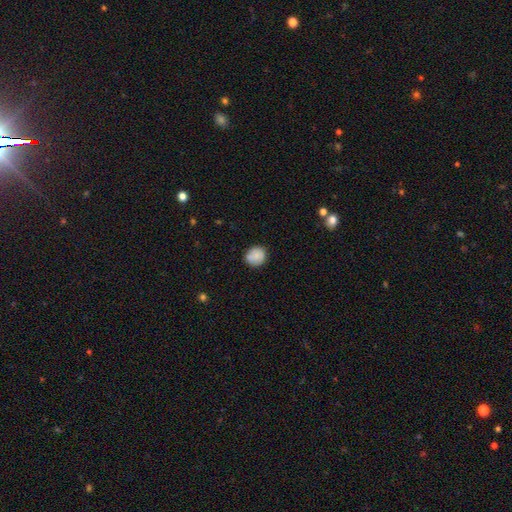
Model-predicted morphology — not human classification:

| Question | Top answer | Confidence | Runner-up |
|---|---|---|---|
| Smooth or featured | smooth | 81% | featured or disk (11%) |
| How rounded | round | 81% | in between (18%) |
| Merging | none | 78% | minor disturbance (15%) |